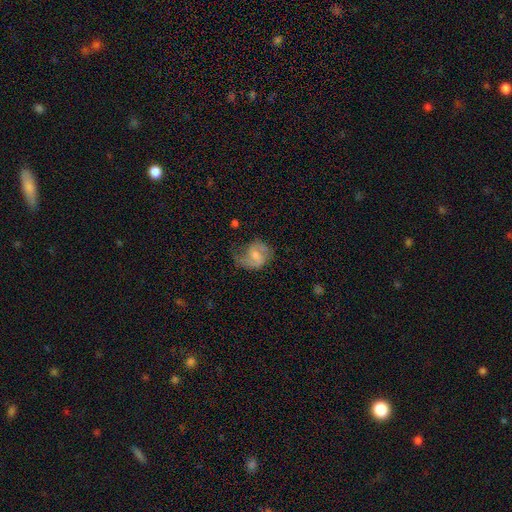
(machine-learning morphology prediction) Smooth or featured?
  - featured or disk: 63% *
  - smooth: 30%
  - star or artifact: 7%
Edge-on disk?
  - no: 98% *
  - yes: 2%
Bar?
  - weak: 50% *
  - no: 37%
  - strong: 13%
Spiral arms?
  - yes: 88% *
  - no: 12%
Spiral winding?
  - medium: 47% *
  - loose: 35%
  - tight: 18%
Spiral arm count?
  - 2: 71% *
  - 1: 17%
  - can't tell: 8%
  - 3: 1%
  - 4: 1%
  - more than 4: 1%
Bulge size?
  - moderate: 47% *
  - small: 37%
  - none: 9%
  - large: 5%
  - dominant: 1%
Merging?
  - none: 46% *
  - minor disturbance: 28%
  - major disturbance: 23%
  - merger: 2%